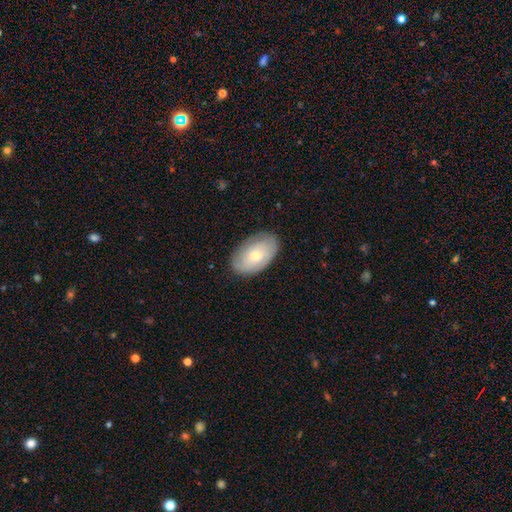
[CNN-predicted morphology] This appears to be a smooth galaxy with no disk features (61%) that is in between round and cigar-shaped (92%). Merging: none (82%).